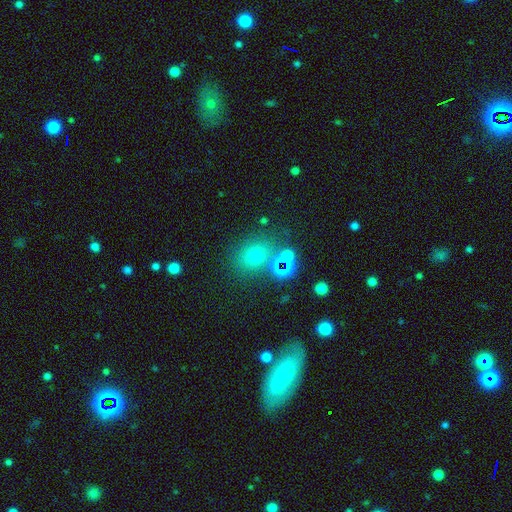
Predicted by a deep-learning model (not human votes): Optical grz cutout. It shows a smooth galaxy with no disk features (65%) that is round (62%). Merging: none (72%).